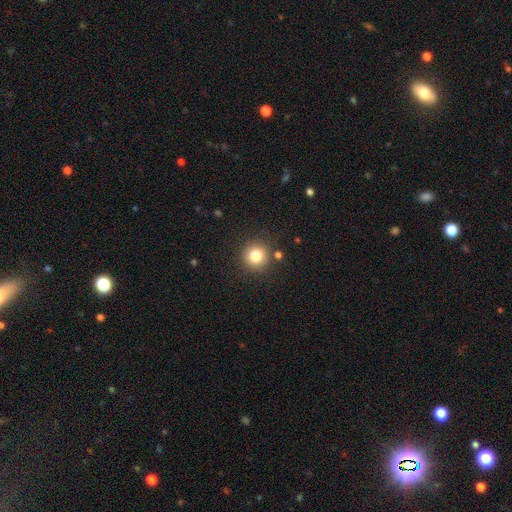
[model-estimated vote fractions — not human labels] Smooth or featured?
  - smooth: 81% *
  - star or artifact: 12%
  - featured or disk: 7%
How rounded?
  - round: 94% *
  - in between: 5%
  - cigar-shaped: 1%
Merging?
  - none: 87% *
  - minor disturbance: 7%
  - merger: 4%
  - major disturbance: 3%